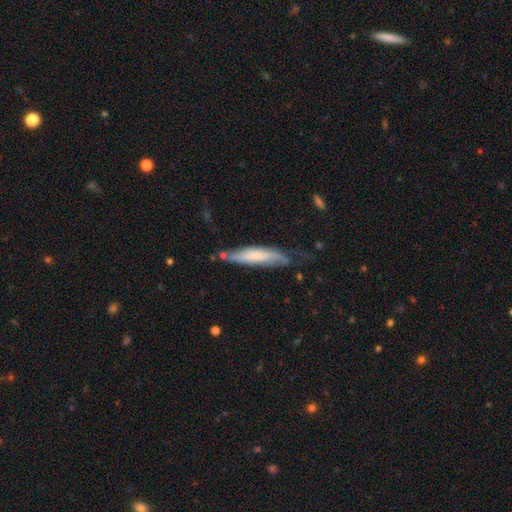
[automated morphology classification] Smooth or featured? Predicted: smooth (p=0.58). How rounded? Predicted: cigar-shaped (p=0.78). Merging? Predicted: none (p=0.47).